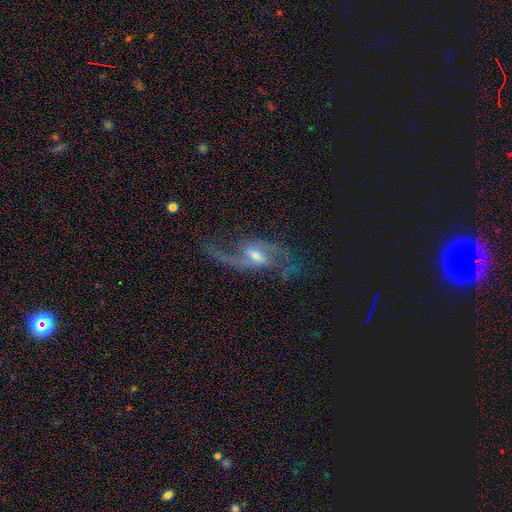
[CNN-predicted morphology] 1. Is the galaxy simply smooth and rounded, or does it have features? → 85% featured or disk, 8% smooth, 7% star or artifact.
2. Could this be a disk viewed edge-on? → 94% no, 6% yes.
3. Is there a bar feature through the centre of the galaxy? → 56% weak, 25% no, 20% strong.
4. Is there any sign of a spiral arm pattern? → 94% yes, 6% no.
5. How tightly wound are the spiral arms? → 75% loose, 21% medium, 5% tight.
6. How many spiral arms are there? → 86% 2, 6% 1, 4% can't tell, 2% 3, 1% 4, 1% more than 4.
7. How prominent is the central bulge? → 52% moderate, 36% small, 6% large, 4% none, 1% dominant.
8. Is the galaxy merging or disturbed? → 61% none, 19% major disturbance, 17% minor disturbance, 3% merger.